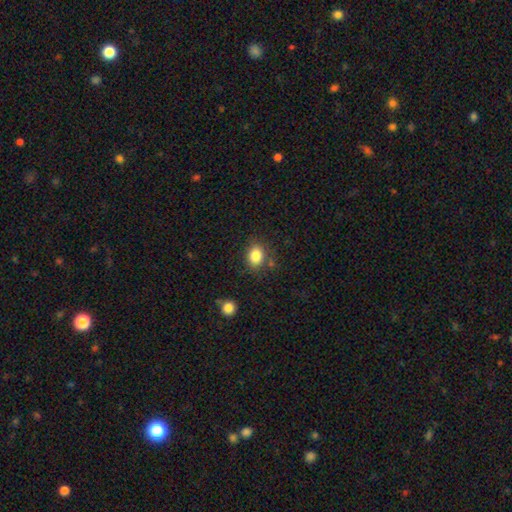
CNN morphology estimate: A smooth galaxy with no disk features (84%) that is in between round and cigar-shaped (55%).

Vote fractions:
- Smooth or featured? smooth: 84% / star or artifact: 10% / featured or disk: 6%
- How rounded? in between: 55% / round: 44% / cigar-shaped: 1%
- Merging? none: 77% / minor disturbance: 14% / merger: 4% / major disturbance: 4%